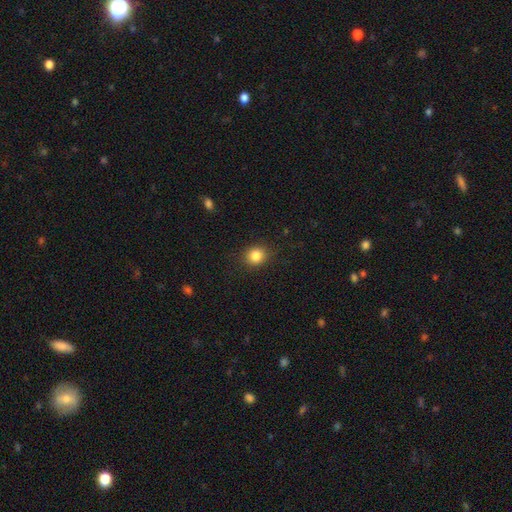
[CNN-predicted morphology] Smooth or featured? Predicted: smooth (p=0.84). How rounded? Predicted: round (p=0.80). Merging? Predicted: none (p=0.87).